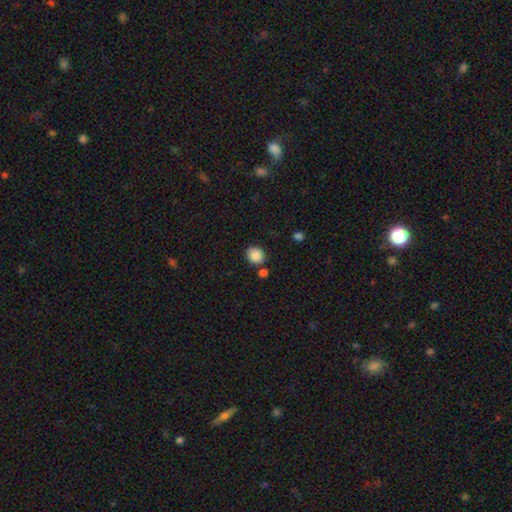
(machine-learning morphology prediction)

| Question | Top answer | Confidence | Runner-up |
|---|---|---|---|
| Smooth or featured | smooth | 86% | star or artifact (9%) |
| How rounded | round | 66% | in between (33%) |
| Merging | none | 76% | minor disturbance (12%) |